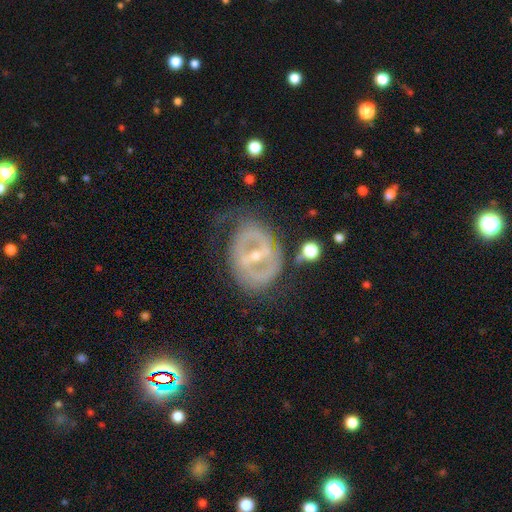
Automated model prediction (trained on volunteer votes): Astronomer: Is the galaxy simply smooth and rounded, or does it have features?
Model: featured or disk — 80%.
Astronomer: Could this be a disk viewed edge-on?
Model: no — 94%.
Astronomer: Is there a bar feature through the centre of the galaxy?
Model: strong — 61%.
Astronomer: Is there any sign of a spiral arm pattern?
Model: yes — 56% (runner-up: no, 44%).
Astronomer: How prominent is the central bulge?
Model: small — 61%.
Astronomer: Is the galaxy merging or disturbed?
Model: none — 55%.